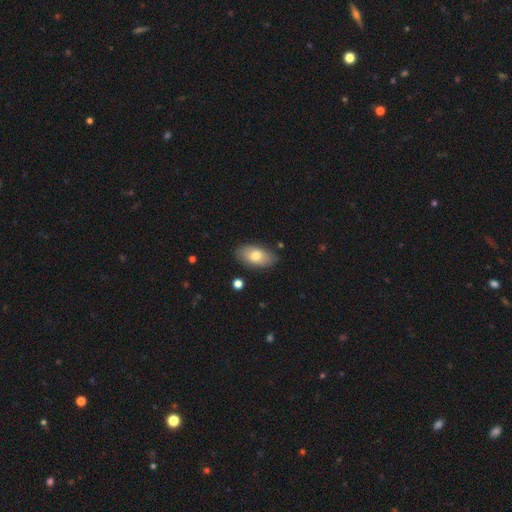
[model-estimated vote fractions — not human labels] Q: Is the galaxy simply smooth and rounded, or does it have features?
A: smooth — 73%.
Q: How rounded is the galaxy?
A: in between — 92%.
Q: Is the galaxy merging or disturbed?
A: none — 84%.